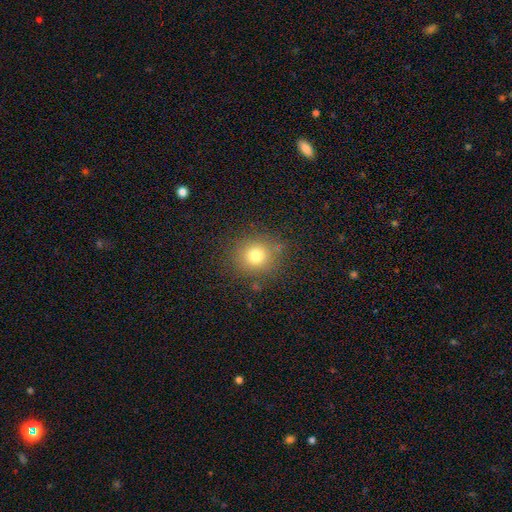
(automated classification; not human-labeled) A smooth galaxy with no disk features (76%) that is round (87%). Merging: none (86%).